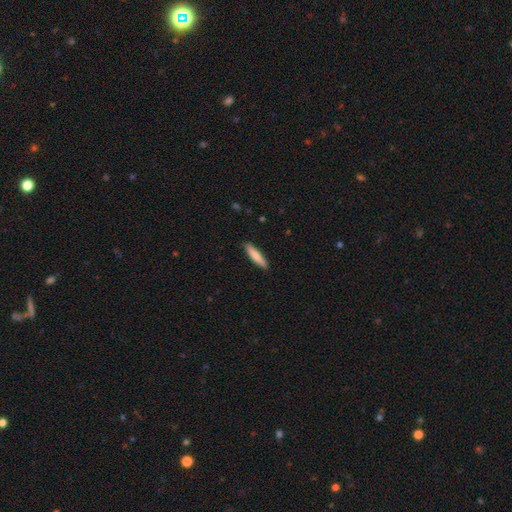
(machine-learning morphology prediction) smooth-or-featured: smooth: 77% | featured or disk: 17% | star or artifact: 5%
  how-rounded: cigar-shaped: 85% | in between: 14% | round: 1%
  merging: none: 90% | minor disturbance: 8% | major disturbance: 2% | merger: 1%